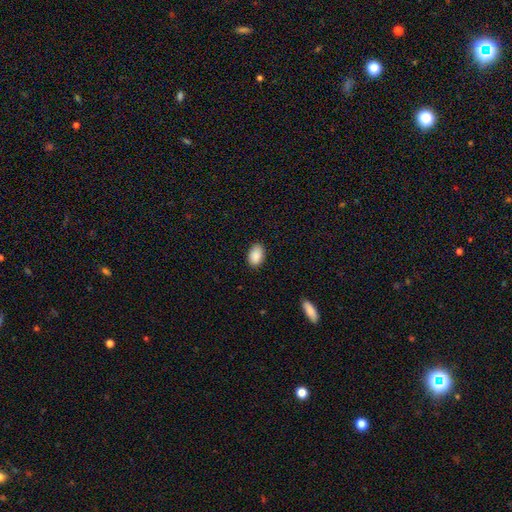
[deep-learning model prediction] Morphology: type=smooth (90%); roundness=in between (89%); merging=none (87%).